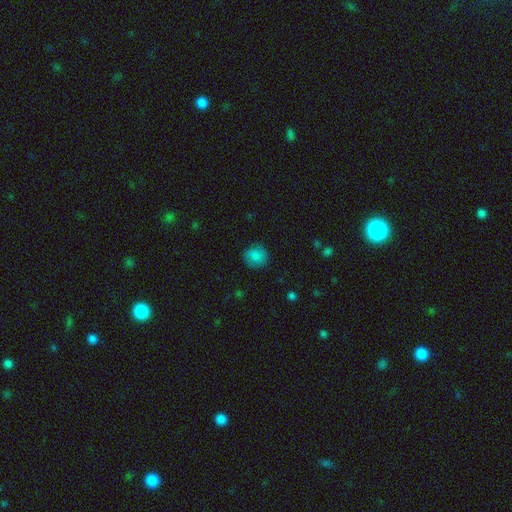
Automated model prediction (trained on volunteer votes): Smooth or featured? Predicted: smooth (p=0.85). How rounded? Predicted: round (p=0.88). Merging? Predicted: none (p=0.85).